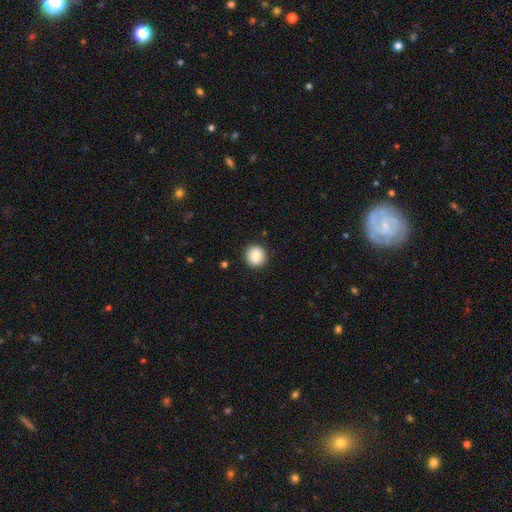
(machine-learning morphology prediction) type=smooth (85%); roundness=round (89%); merging=none (90%).